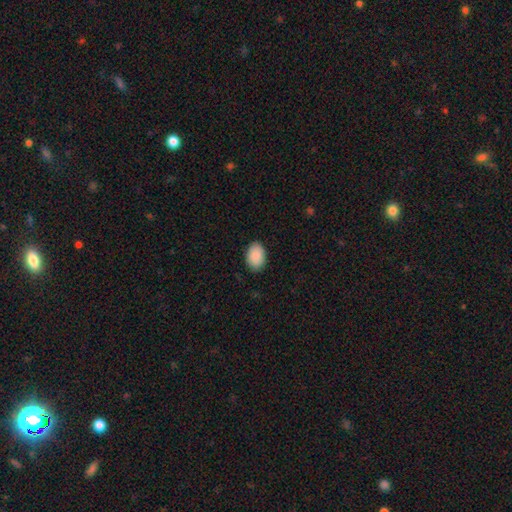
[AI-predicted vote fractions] Overall: smooth (91%). How rounded: in between (85%). Merging: none (87%).